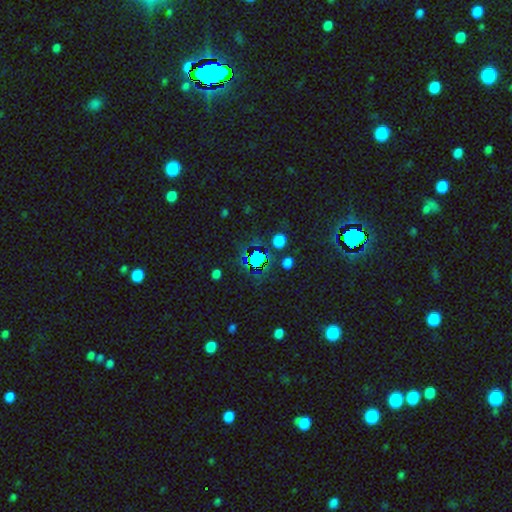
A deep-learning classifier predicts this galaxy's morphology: star or artifact 63%, smooth 28%, featured or disk 9%.